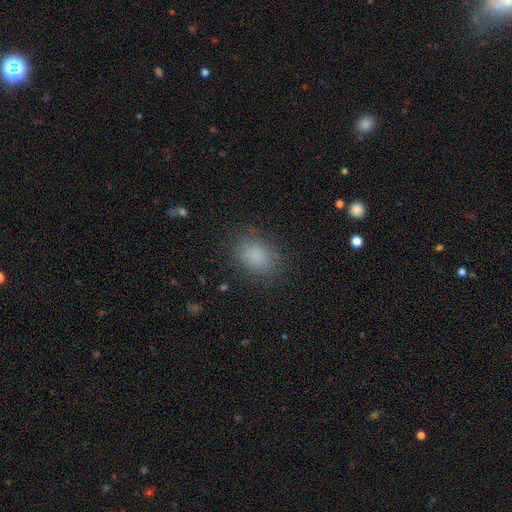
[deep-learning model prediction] Smooth or featured? Predicted: smooth (p=0.84). How rounded? Predicted: in between (p=0.63). Merging? Predicted: none (p=0.83).